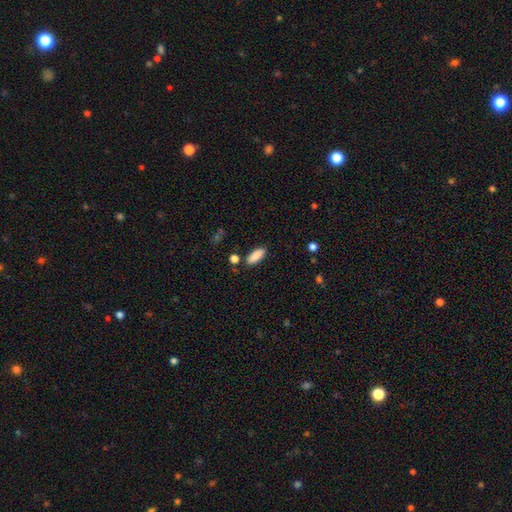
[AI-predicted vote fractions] smooth-or-featured: smooth: 88% | star or artifact: 7% | featured or disk: 5%
  how-rounded: in between: 65% | cigar-shaped: 33% | round: 2%
  merging: none: 84% | minor disturbance: 10% | merger: 4% | major disturbance: 2%